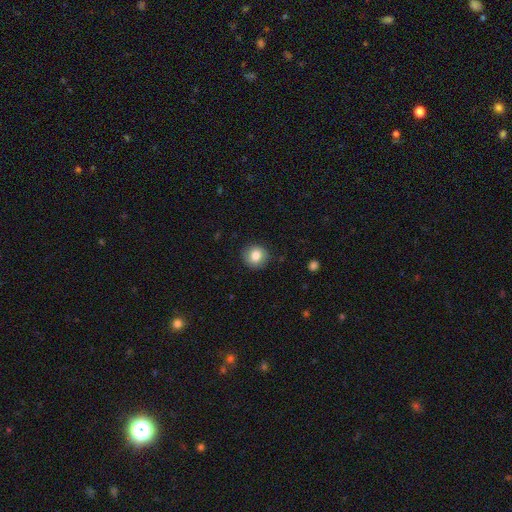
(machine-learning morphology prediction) Q: Smooth or featured?
A: smooth (81%); runner-up: featured or disk (10%)
Q: How rounded?
A: round (87%); runner-up: in between (12%)
Q: Merging?
A: none (87%); runner-up: minor disturbance (10%)